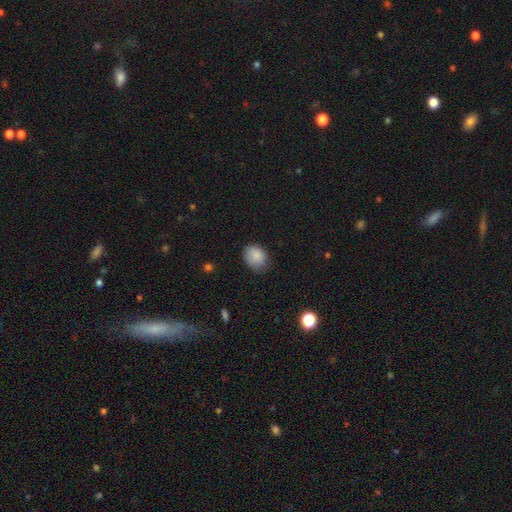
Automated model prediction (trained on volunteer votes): Smooth or featured? Predicted: smooth (p=0.87). How rounded? Predicted: in between (p=0.55). Merging? Predicted: none (p=0.71).